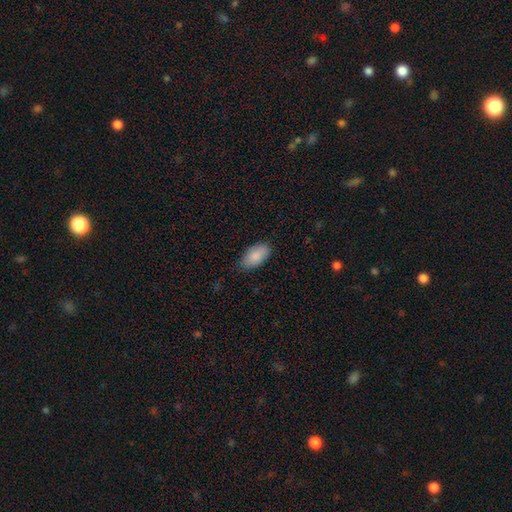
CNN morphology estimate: A smooth galaxy with no disk features (89%) that is in between round and cigar-shaped (94%).

Vote fractions:
- Smooth or featured? smooth: 89% / star or artifact: 6% / featured or disk: 5%
- How rounded? in between: 94% / cigar-shaped: 3% / round: 3%
- Merging? none: 80% / minor disturbance: 16% / major disturbance: 3% / merger: 1%